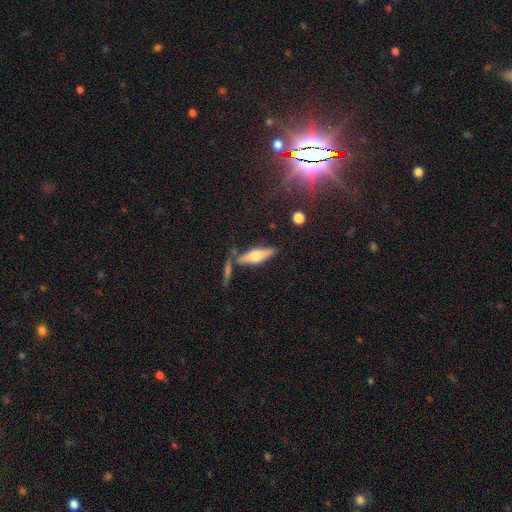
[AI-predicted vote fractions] This is possibly a featured or disk galaxy (54%). It is clearly viewed edge-on (92%). Merging: likely none (71%).